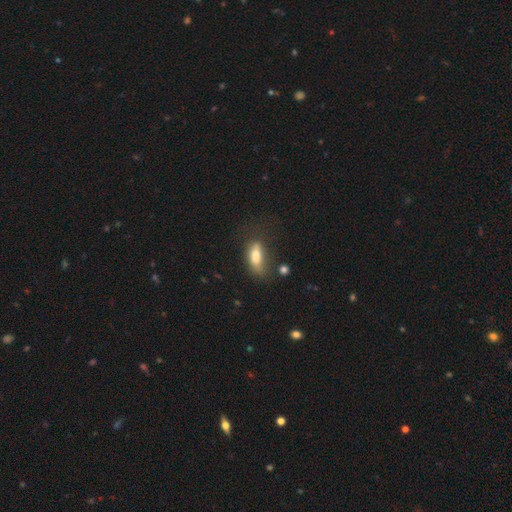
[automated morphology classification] Q: Smooth or featured?
A: smooth (75%); runner-up: featured or disk (16%)
Q: How rounded?
A: in between (77%); runner-up: cigar-shaped (19%)
Q: Merging?
A: none (47%); runner-up: minor disturbance (29%)